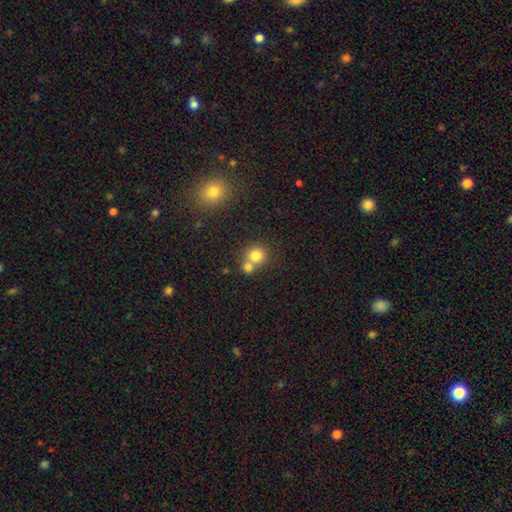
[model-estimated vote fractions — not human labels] Smooth or featured: smooth — 78% (star or artifact — 12%)
How rounded: round — 85% (in between — 15%)
Merging: merger — 47% (none — 44%)